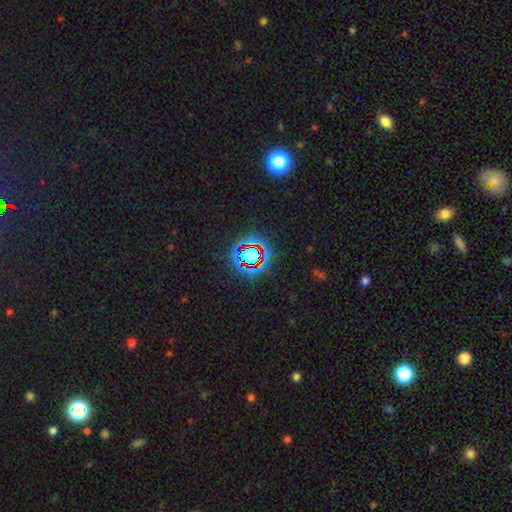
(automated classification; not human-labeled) smooth_or_featured: star or artifact (p=0.72) [alt: smooth p=0.18]